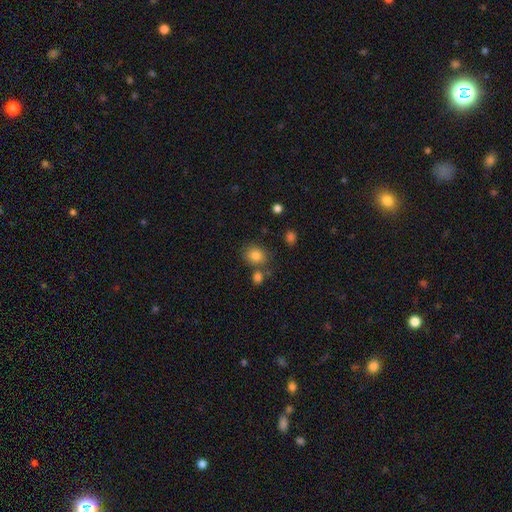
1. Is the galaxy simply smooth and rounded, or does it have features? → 79% smooth, 11% featured or disk, 11% star or artifact.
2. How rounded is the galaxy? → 53% round, 47% in between, 0% cigar-shaped.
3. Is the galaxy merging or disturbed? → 76% none, 12% merger, 9% minor disturbance, 3% major disturbance.